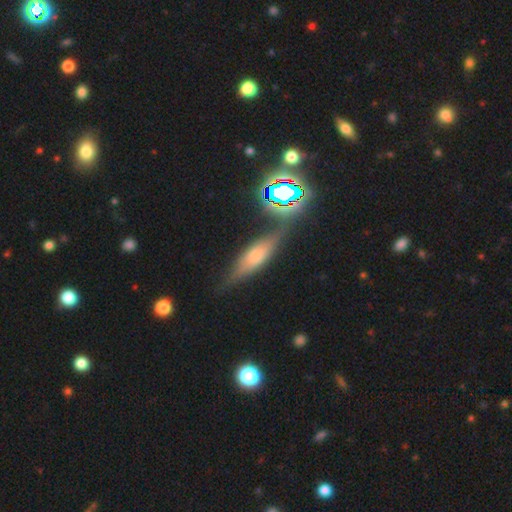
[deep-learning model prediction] Overall: smooth (46%; featured or disk 38%). Merging: none (67%).